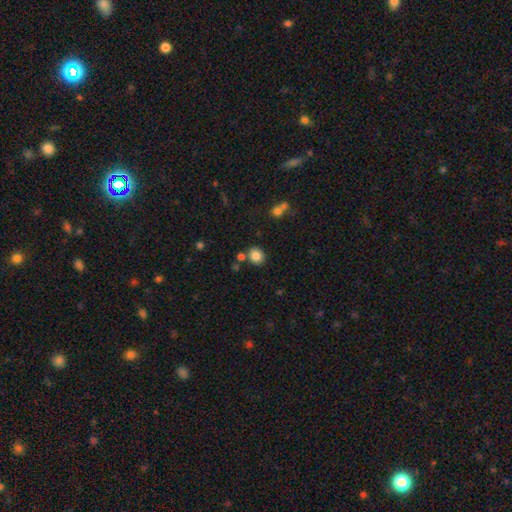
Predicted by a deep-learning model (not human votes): smooth_or_featured: smooth (p=0.83) [alt: star or artifact p=0.11]
how_rounded: round (p=0.76) [alt: in between p=0.24]
merging: none (p=0.78) [alt: merger p=0.10]